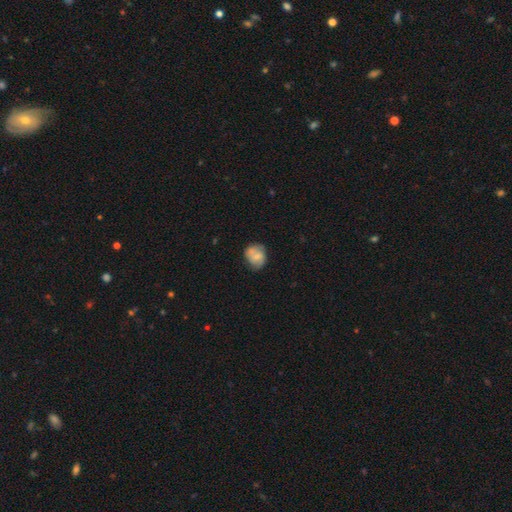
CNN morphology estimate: This appears to be a smooth galaxy with no disk features (60%) that is round (61%). Merging: none (59%).